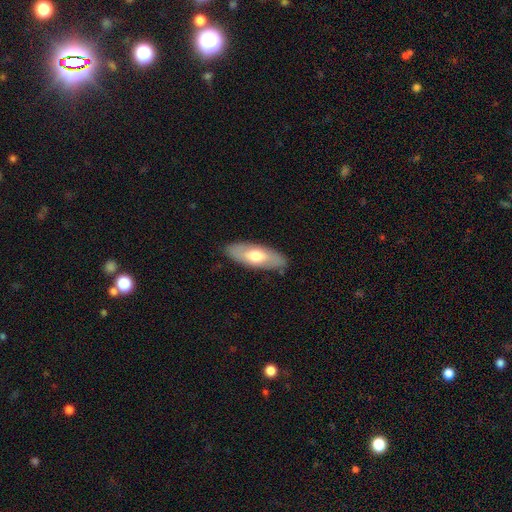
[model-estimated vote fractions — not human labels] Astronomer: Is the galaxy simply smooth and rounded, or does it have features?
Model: smooth — 59% (runner-up: featured or disk, 36%).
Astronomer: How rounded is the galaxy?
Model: in between — 76%.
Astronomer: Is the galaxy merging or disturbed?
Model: none — 85%.